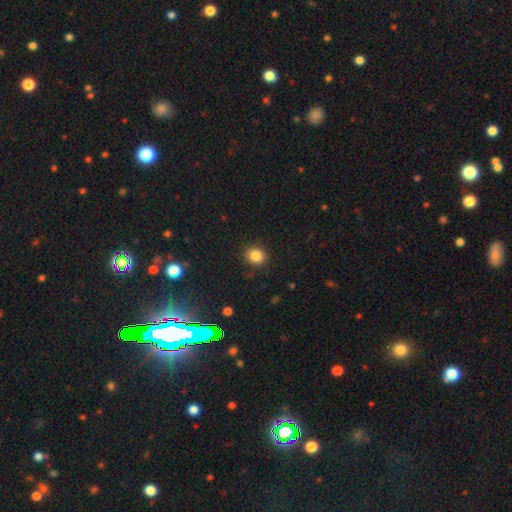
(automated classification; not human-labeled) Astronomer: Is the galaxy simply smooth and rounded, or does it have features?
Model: smooth — 84%.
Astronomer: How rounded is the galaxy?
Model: round — 75%.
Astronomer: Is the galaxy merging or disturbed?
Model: none — 90%.